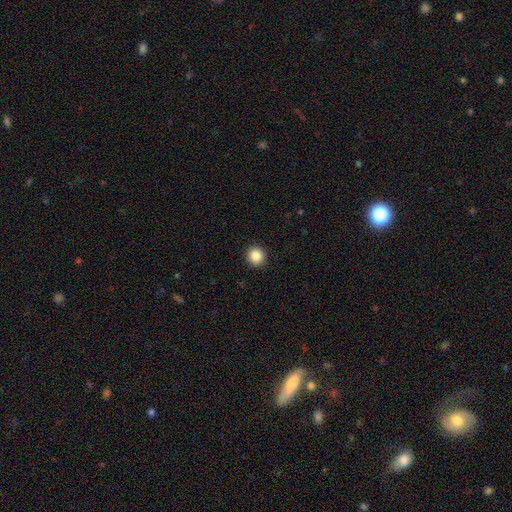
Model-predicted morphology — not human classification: smooth 87%, star or artifact 9%, featured or disk 4%. Down the decision tree: how rounded — round (92%); merging — none (93%).